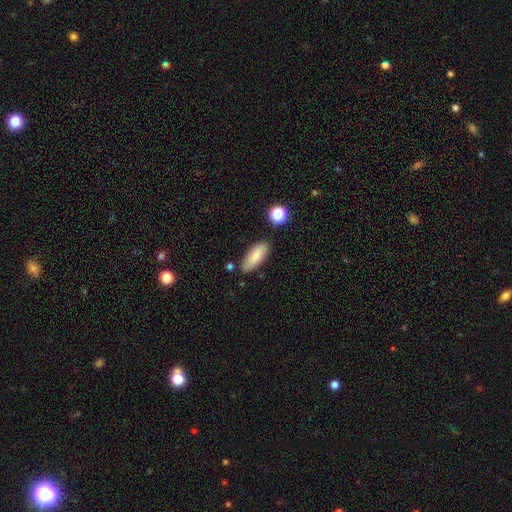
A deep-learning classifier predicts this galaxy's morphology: smooth 84%, featured or disk 10%, star or artifact 7%. Down the decision tree: how rounded — in between (76%); merging — none (80%).